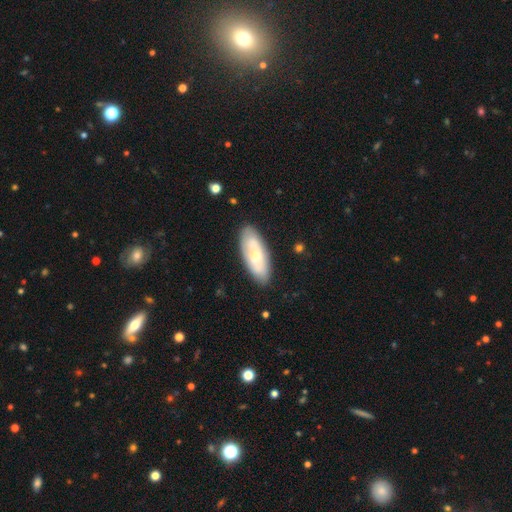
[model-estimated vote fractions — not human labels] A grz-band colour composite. It shows a smooth galaxy with no disk features (56%) that is in between round and cigar-shaped (78%). Merging: none (83%).